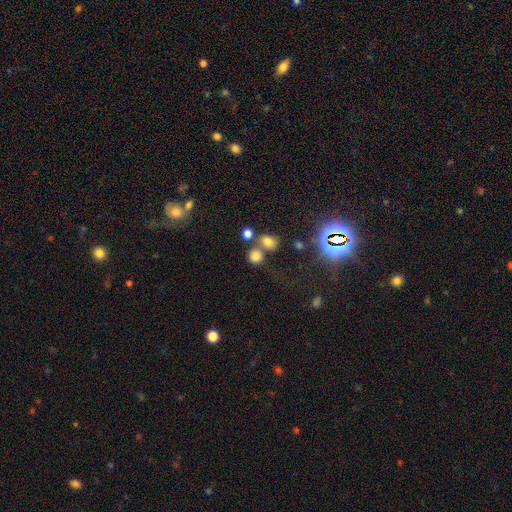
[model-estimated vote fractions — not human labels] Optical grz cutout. It shows a smooth galaxy with no disk features (76%) that is round (77%). Merging: none (55%).